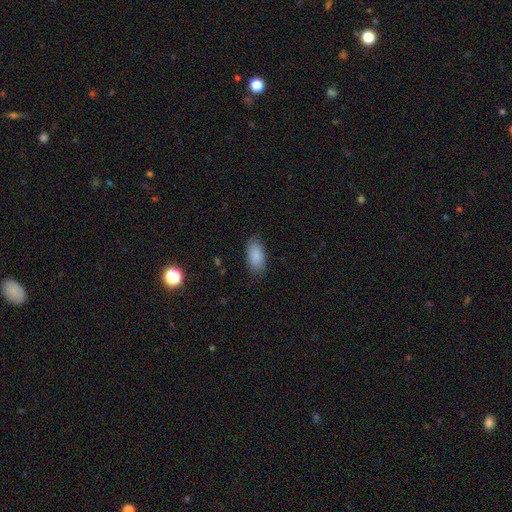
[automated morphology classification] A smooth galaxy with no disk features (88%) that is in between round and cigar-shaped (93%).

Vote fractions:
- Smooth or featured? smooth: 88% / star or artifact: 7% / featured or disk: 6%
- How rounded? in between: 93% / cigar-shaped: 4% / round: 3%
- Merging? none: 82% / minor disturbance: 14% / major disturbance: 3% / merger: 1%